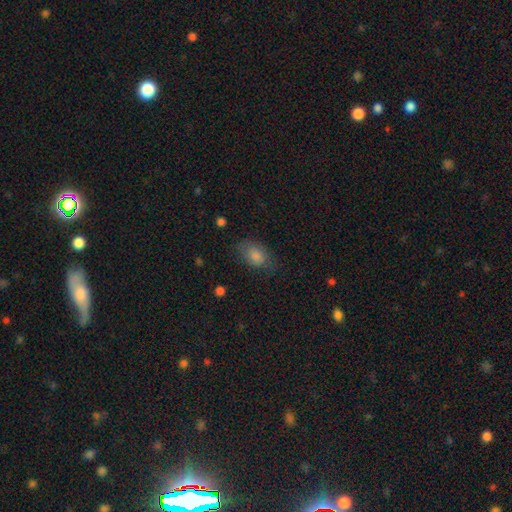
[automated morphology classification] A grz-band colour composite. It shows a smooth galaxy with no disk features (75%) that is in between round and cigar-shaped (83%). Merging: none (74%).